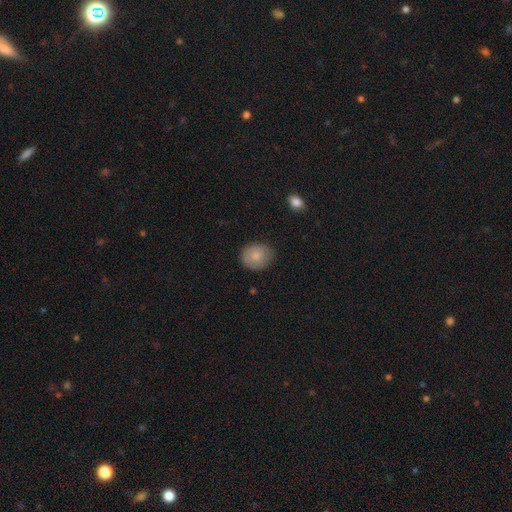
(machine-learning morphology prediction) smooth-or-featured: smooth: 81% | featured or disk: 11% | star or artifact: 7%
  how-rounded: round: 65% | in between: 34% | cigar-shaped: 1%
  merging: none: 82% | minor disturbance: 14% | major disturbance: 3% | merger: 1%